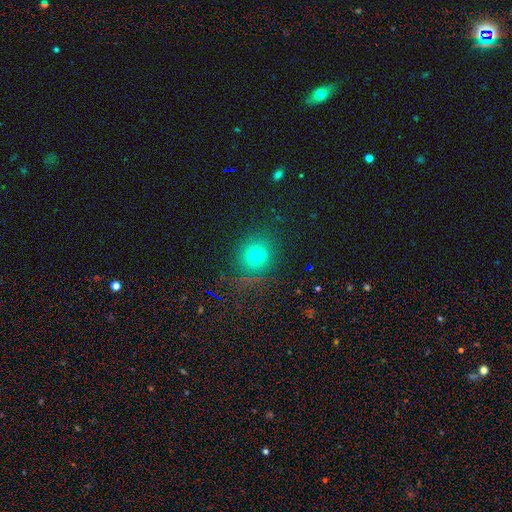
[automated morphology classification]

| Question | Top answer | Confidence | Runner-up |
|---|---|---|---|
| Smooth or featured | smooth | 69% | star or artifact (23%) |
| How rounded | round | 88% | in between (11%) |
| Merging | none | 84% | minor disturbance (9%) |